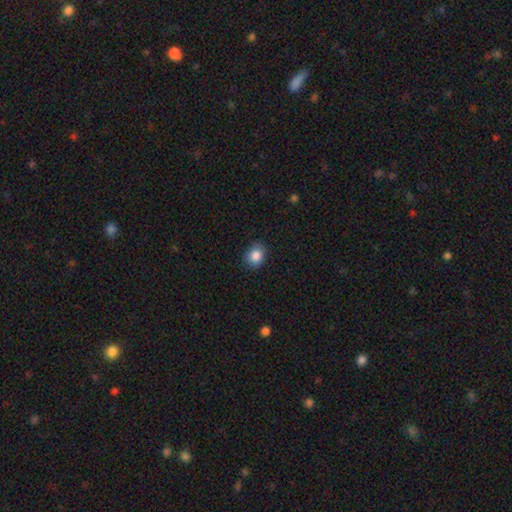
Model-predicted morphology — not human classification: Smooth or featured?
  - smooth: 86% *
  - star or artifact: 9%
  - featured or disk: 5%
How rounded?
  - round: 52% *
  - in between: 47%
  - cigar-shaped: 1%
Merging?
  - none: 86% *
  - minor disturbance: 11%
  - major disturbance: 2%
  - merger: 1%